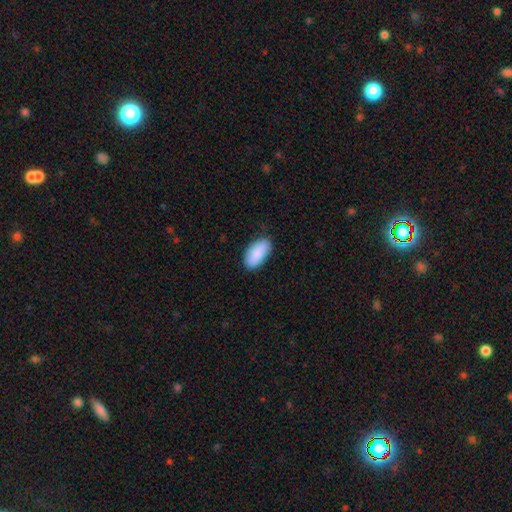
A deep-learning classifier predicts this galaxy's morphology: type=smooth (88%); roundness=in between (94%); merging=none (84%).